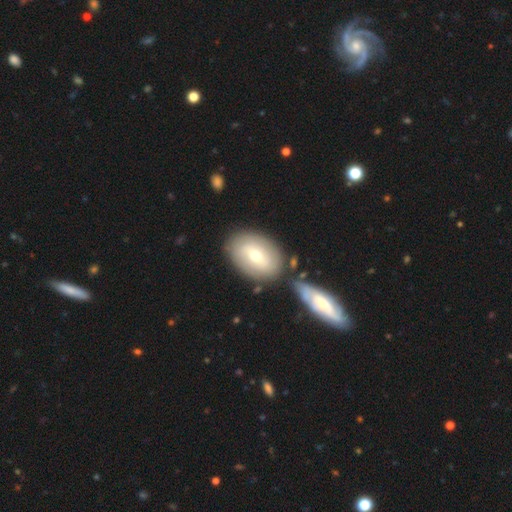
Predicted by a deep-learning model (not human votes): Smooth or featured?
  - smooth: 56% *
  - featured or disk: 38%
  - star or artifact: 7%
How rounded?
  - in between: 82% *
  - round: 17%
  - cigar-shaped: 2%
Merging?
  - none: 70% *
  - merger: 14%
  - minor disturbance: 13%
  - major disturbance: 4%